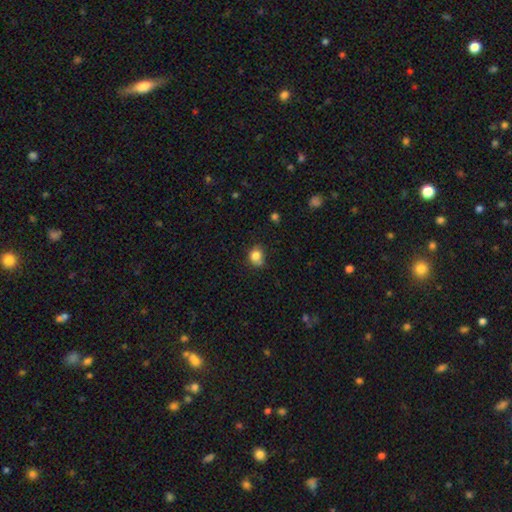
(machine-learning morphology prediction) This appears to be a smooth galaxy with no disk features (82%) that is round (69%). Merging: none (60%).